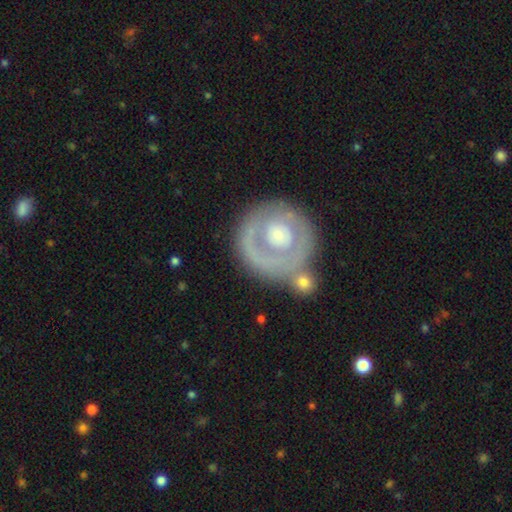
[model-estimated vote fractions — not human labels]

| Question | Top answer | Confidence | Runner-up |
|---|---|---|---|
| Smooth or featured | featured or disk | 65% | smooth (29%) |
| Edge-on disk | no | 96% | yes (4%) |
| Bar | no | 86% | weak (11%) |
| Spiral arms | no | 59% | yes (41%) |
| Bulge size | moderate | 46% | small (26%) |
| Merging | none | 66% | minor disturbance (16%) |